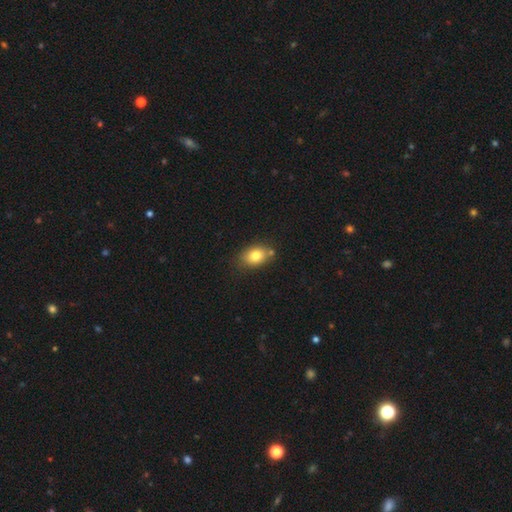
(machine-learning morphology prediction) This is likely a smooth galaxy (79%). How rounded: likely in between (74%). Merging: likely none (70%).